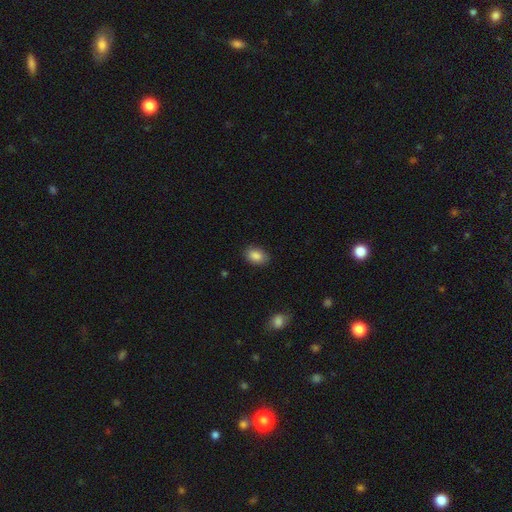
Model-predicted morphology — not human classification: The model was most divided on "how rounded": in between: 85%, round: 14%, cigar-shaped: 1%. More confident: smooth or featured — smooth (87%); merging — none (86%).